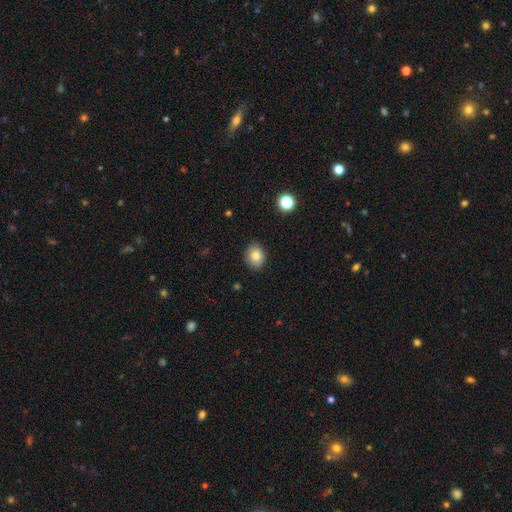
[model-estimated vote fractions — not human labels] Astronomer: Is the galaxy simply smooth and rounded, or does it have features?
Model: smooth — 82%.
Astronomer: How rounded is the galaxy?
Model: round — 59% (runner-up: in between, 40%).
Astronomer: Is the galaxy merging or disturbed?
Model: none — 87%.